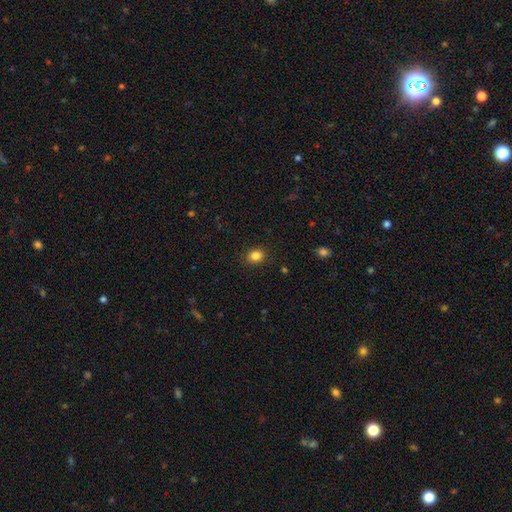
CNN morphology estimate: A smooth galaxy with no disk features (85%) that is round (55%). Merging: none (89%).